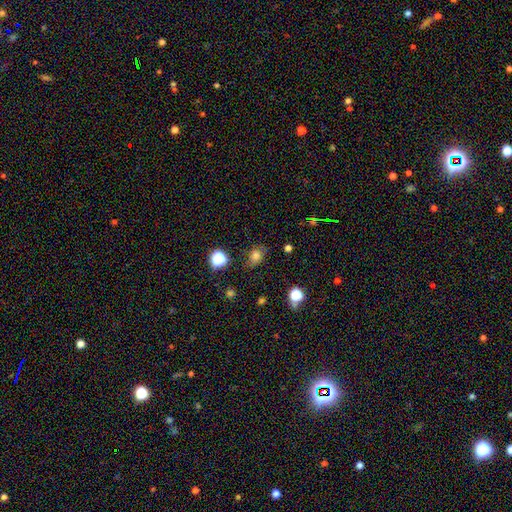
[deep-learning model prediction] A smooth galaxy with no disk features (75%) that is in between round and cigar-shaped (59%). Merging: none (73%).